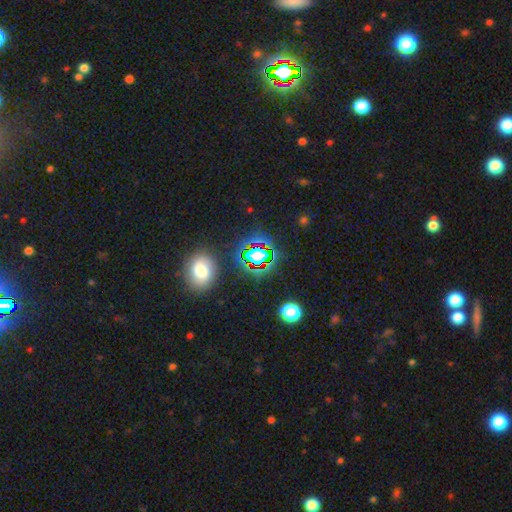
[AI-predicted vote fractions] This appears to be a star or artifact, not a galaxy (62%).